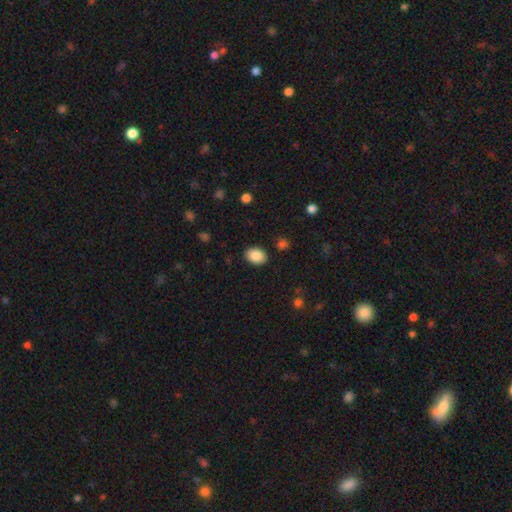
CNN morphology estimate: Q: Smooth or featured?
A: smooth (87%); runner-up: star or artifact (8%)
Q: How rounded?
A: in between (74%); runner-up: round (25%)
Q: Merging?
A: none (88%); runner-up: minor disturbance (9%)